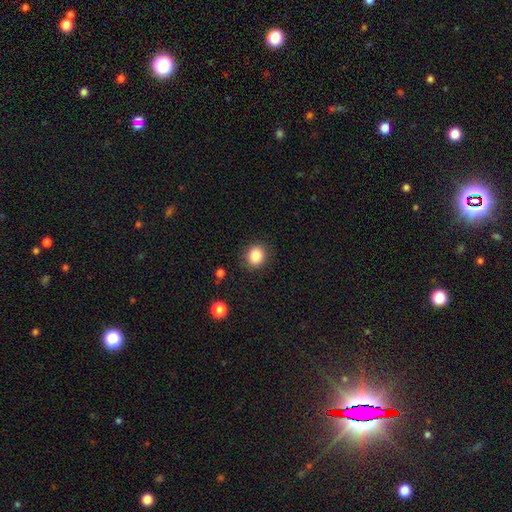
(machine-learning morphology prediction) A smooth galaxy with no disk features (85%) that is round (71%).

Vote fractions:
- Smooth or featured? smooth: 85% / star or artifact: 10% / featured or disk: 5%
- How rounded? round: 71% / in between: 28% / cigar-shaped: 1%
- Merging? none: 87% / minor disturbance: 9% / major disturbance: 3% / merger: 1%